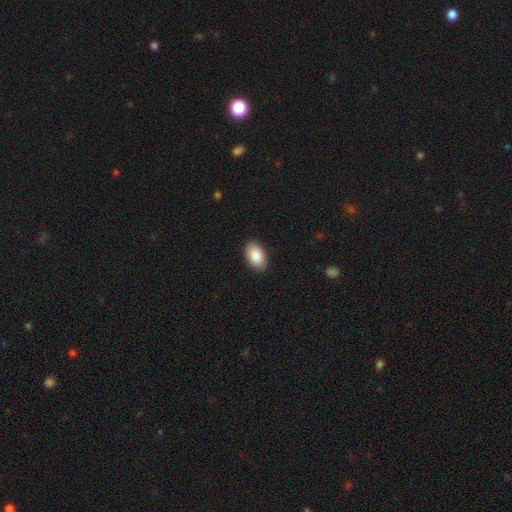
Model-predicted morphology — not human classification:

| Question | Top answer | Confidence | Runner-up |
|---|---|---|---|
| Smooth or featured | smooth | 87% | star or artifact (6%) |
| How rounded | in between | 93% | round (6%) |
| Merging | none | 90% | minor disturbance (7%) |